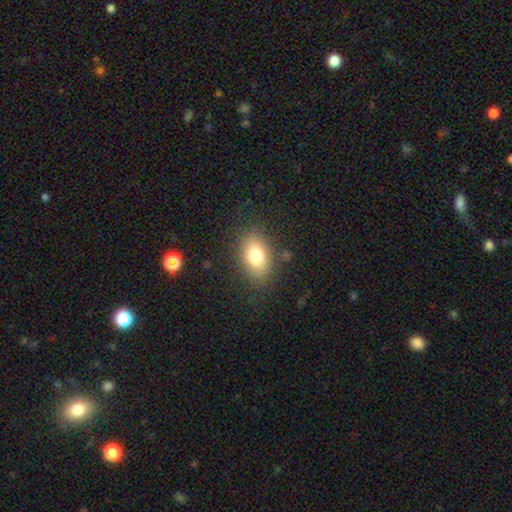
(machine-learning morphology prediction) smooth 77%, featured or disk 13%, star or artifact 10%. Down the decision tree: how rounded — in between (83%); merging — none (83%).